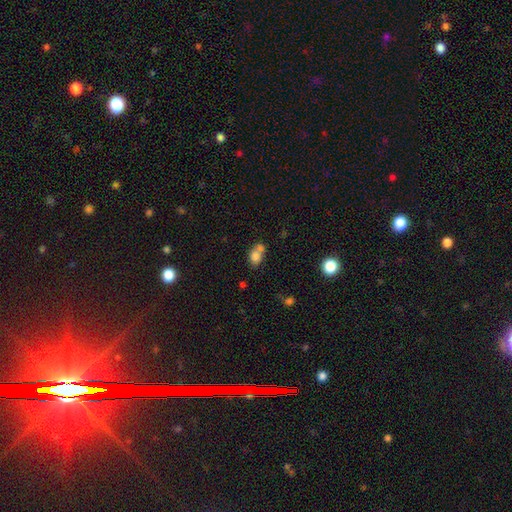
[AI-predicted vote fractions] The model was most divided on "how rounded": in between: 55%, round: 44%, cigar-shaped: 1%. More confident: smooth or featured — smooth (77%); merging — merger (52%).